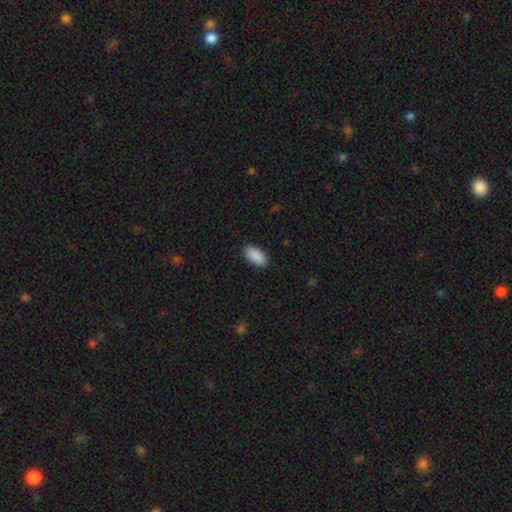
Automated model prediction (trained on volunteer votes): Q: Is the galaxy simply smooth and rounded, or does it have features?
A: smooth — 91%.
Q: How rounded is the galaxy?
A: in between — 94%.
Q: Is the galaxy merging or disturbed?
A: none — 89%.